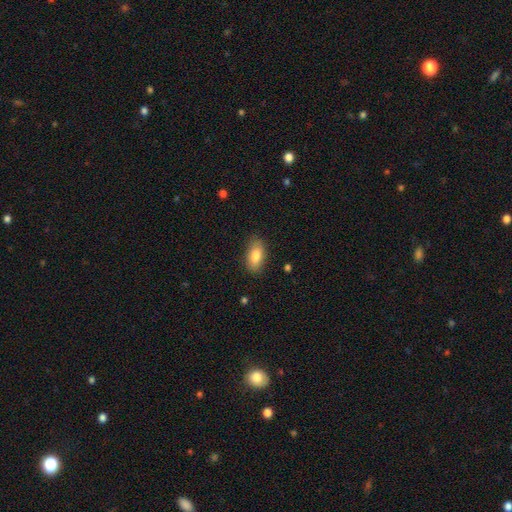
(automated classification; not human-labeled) Morphology: type=smooth (83%); roundness=in between (90%); merging=none (83%).